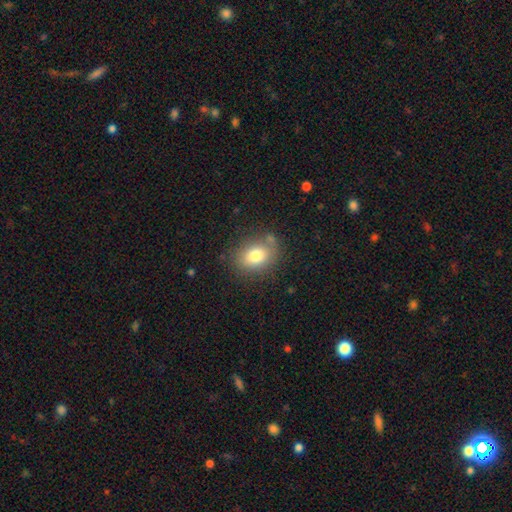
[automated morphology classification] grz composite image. It shows a smooth galaxy with no disk features (79%) that is in between round and cigar-shaped (61%). Merging: none (76%).